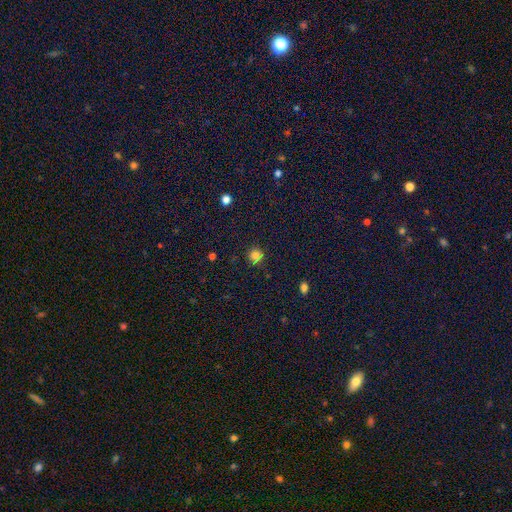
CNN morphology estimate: Smooth or featured? Predicted: smooth (p=0.80). How rounded? Predicted: round (p=0.93). Merging? Predicted: none (p=0.84).